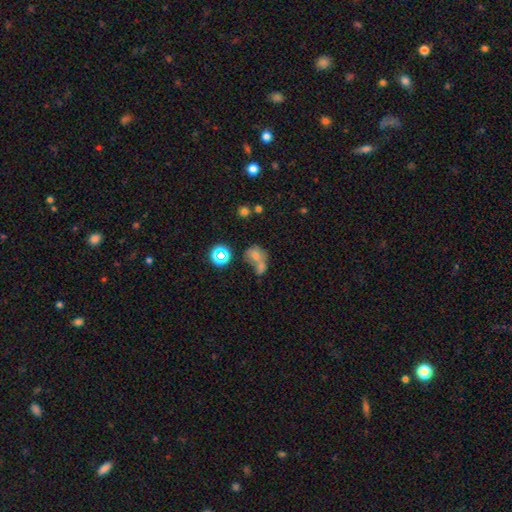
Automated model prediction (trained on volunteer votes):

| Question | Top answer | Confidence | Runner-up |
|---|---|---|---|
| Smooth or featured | smooth | 60% | featured or disk (20%) |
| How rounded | round | 58% | in between (40%) |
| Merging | merger | 56% | none (28%) |